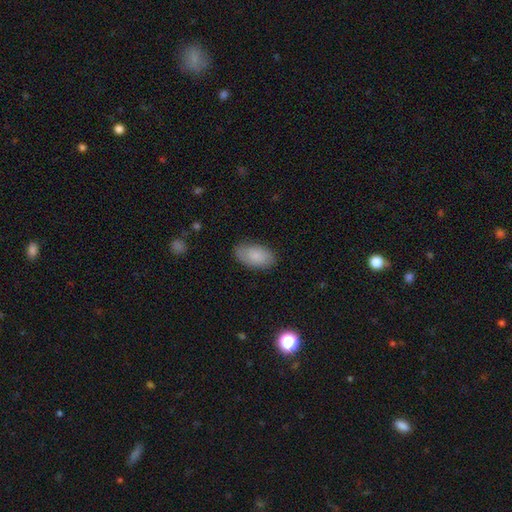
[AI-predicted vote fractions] A smooth galaxy with no disk features (75%) that is in between round and cigar-shaped (94%).

Vote fractions:
- Smooth or featured? smooth: 75% / featured or disk: 18% / star or artifact: 7%
- How rounded? in between: 94% / round: 4% / cigar-shaped: 2%
- Merging? none: 80% / minor disturbance: 16% / major disturbance: 3% / merger: 1%